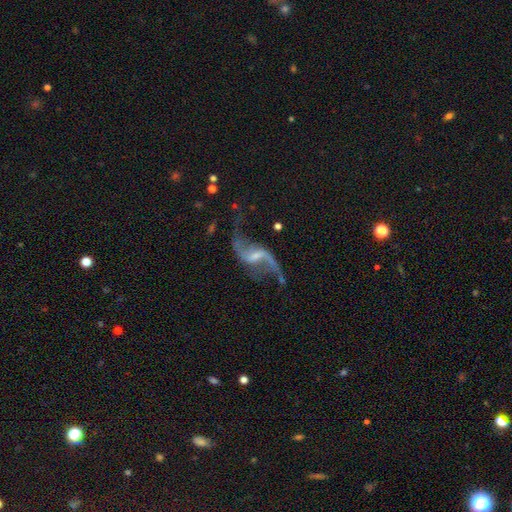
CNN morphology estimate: Smooth or featured?
  - featured or disk: 89% *
  - star or artifact: 6%
  - smooth: 5%
Edge-on disk?
  - no: 96% *
  - yes: 4%
Bar?
  - weak: 50% *
  - strong: 28%
  - no: 22%
Spiral arms?
  - yes: 95% *
  - no: 5%
Spiral winding?
  - loose: 90% *
  - medium: 8%
  - tight: 2%
Spiral arm count?
  - 2: 93% *
  - 1: 2%
  - can't tell: 2%
  - 3: 1%
  - 4: 1%
  - more than 4: 1%
Bulge size?
  - small: 55% *
  - moderate: 22%
  - none: 20%
  - large: 2%
  - dominant: 1%
Merging?
  - none: 66% *
  - minor disturbance: 16%
  - major disturbance: 14%
  - merger: 4%